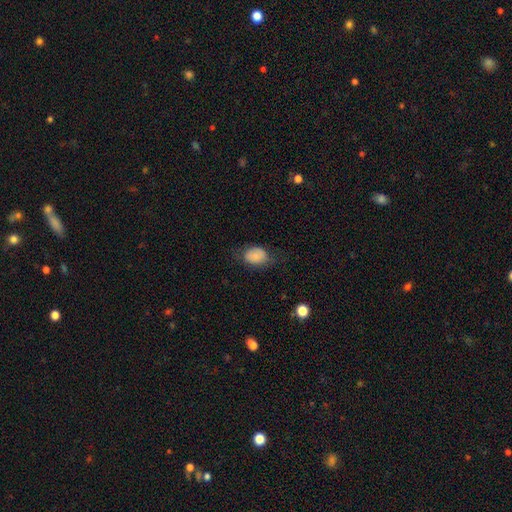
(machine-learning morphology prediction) smooth_or_featured: smooth (p=0.81) [alt: featured or disk p=0.11]
how_rounded: in between (p=0.76) [alt: round p=0.23]
merging: none (p=0.63) [alt: minor disturbance p=0.25]